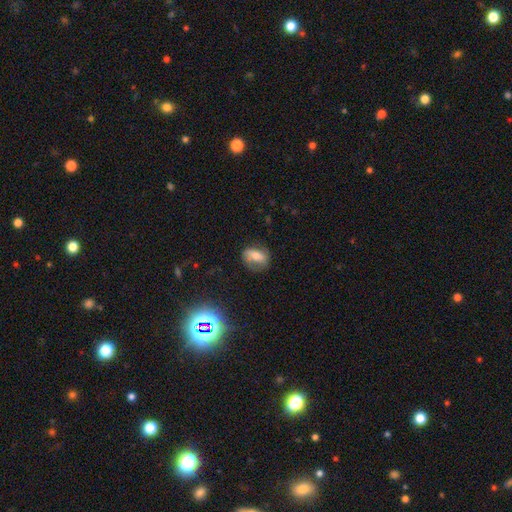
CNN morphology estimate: smooth 47%, featured or disk 42%, star or artifact 12%. Down the decision tree: merging — none (67%).